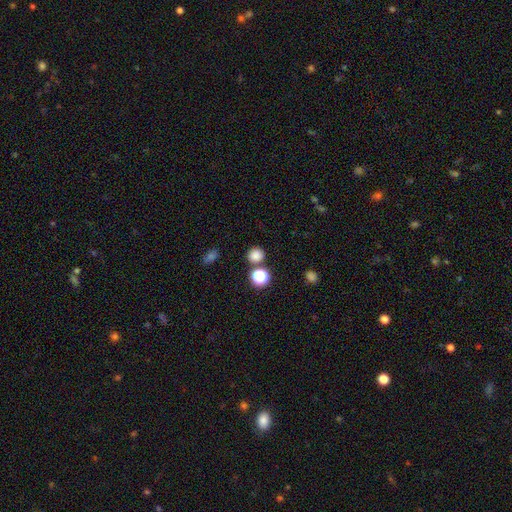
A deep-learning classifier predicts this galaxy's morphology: smooth_or_featured: smooth (p=0.79) [alt: star or artifact p=0.17]
how_rounded: round (p=0.88) [alt: in between p=0.11]
merging: none (p=0.79) [alt: merger p=0.10]